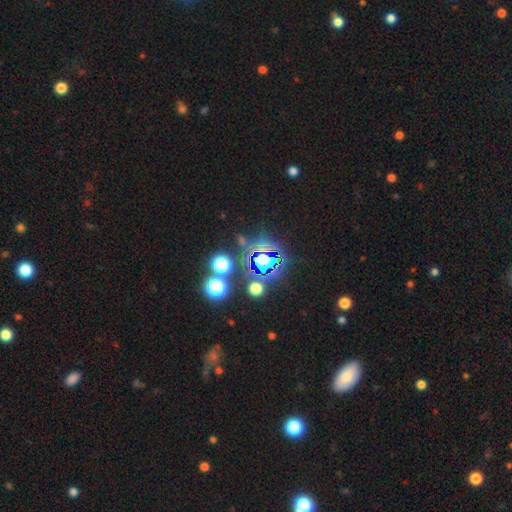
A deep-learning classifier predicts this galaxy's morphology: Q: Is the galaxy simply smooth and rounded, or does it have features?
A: star or artifact — 79%.